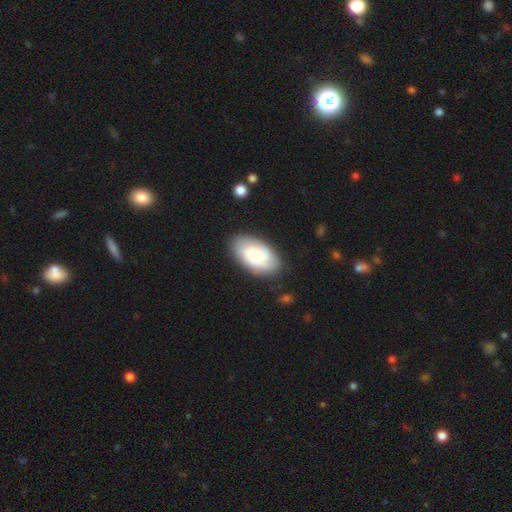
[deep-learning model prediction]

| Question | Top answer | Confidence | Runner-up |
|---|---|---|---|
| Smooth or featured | smooth | 71% | featured or disk (22%) |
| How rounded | in between | 94% | round (4%) |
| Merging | none | 77% | minor disturbance (16%) |